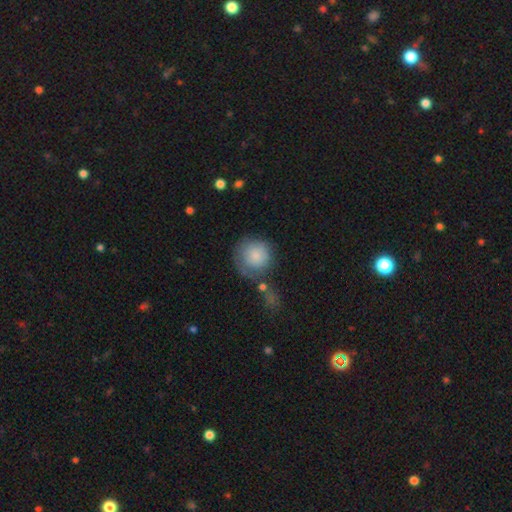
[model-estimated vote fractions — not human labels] Smooth or featured: smooth — 80% (featured or disk — 13%)
How rounded: round — 90% (in between — 9%)
Merging: none — 50% (minor disturbance — 23%)